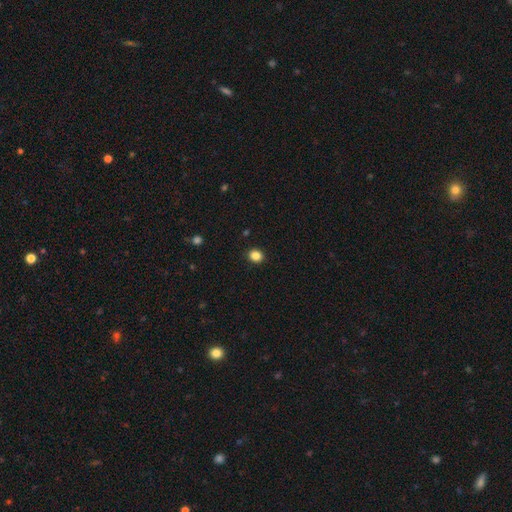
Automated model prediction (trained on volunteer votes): Smooth or featured: smooth — 86% (star or artifact — 11%)
How rounded: round — 69% (in between — 30%)
Merging: none — 91% (minor disturbance — 6%)